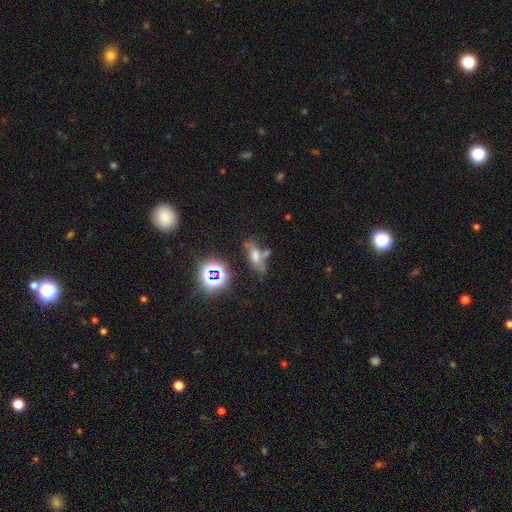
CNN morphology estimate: This is marginally a smooth galaxy (40%). Merging: possibly none (53%).